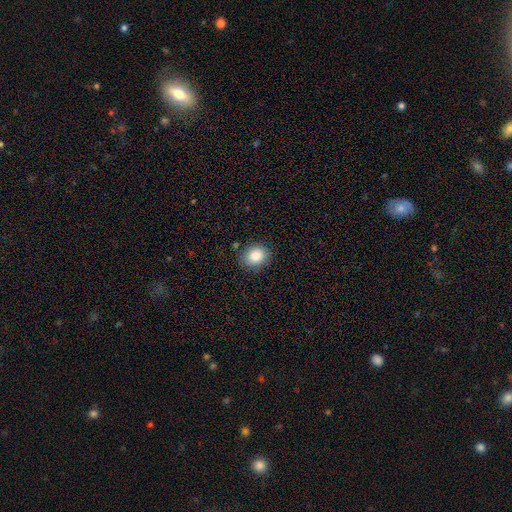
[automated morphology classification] A smooth galaxy with no disk features (85%) that is round (54%).

Vote fractions:
- Smooth or featured? smooth: 85% / star or artifact: 9% / featured or disk: 6%
- How rounded? round: 54% / in between: 45% / cigar-shaped: 1%
- Merging? none: 84% / minor disturbance: 12% / major disturbance: 3% / merger: 1%